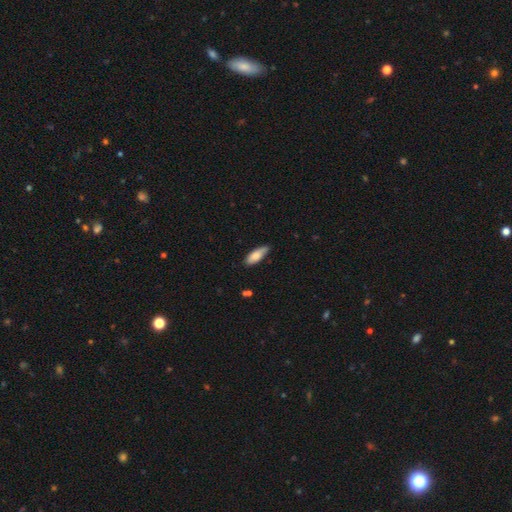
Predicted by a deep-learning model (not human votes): A smooth galaxy with no disk features (81%) that is in between round and cigar-shaped (71%).

Vote fractions:
- Smooth or featured? smooth: 81% / featured or disk: 13% / star or artifact: 6%
- How rounded? in between: 71% / cigar-shaped: 27% / round: 2%
- Merging? none: 67% / minor disturbance: 27% / major disturbance: 4% / merger: 2%